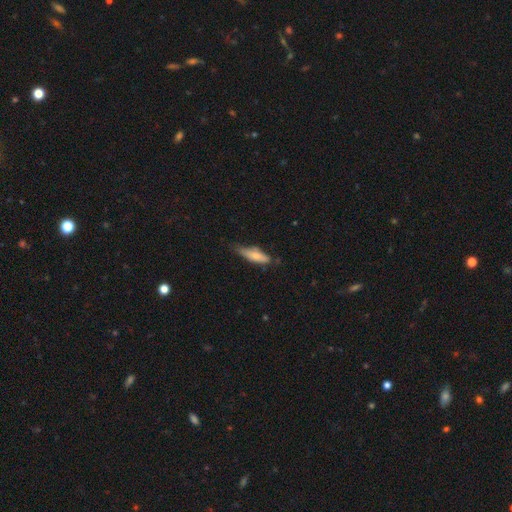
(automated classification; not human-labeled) smooth 67%, featured or disk 27%, star or artifact 6%. Down the decision tree: how rounded — cigar-shaped (56%); merging — none (56%).